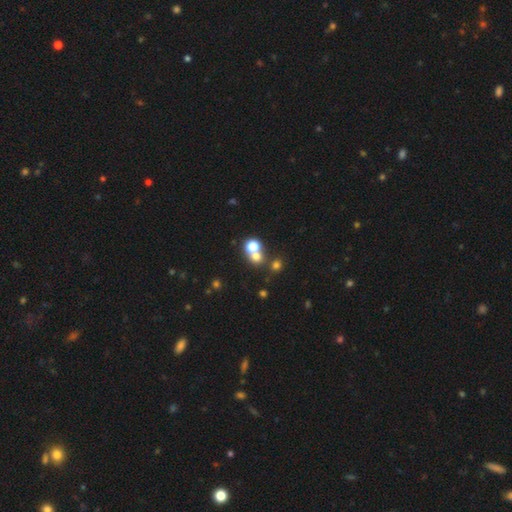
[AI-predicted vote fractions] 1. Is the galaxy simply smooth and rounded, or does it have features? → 65% smooth, 23% star or artifact, 12% featured or disk.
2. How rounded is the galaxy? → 84% round, 15% in between, 1% cigar-shaped.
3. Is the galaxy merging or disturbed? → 49% none, 41% merger, 6% minor disturbance, 4% major disturbance.